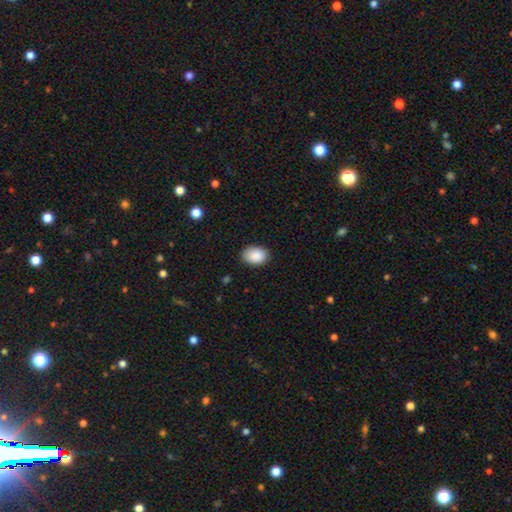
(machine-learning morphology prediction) A smooth galaxy with no disk features (90%) that is in between round and cigar-shaped (82%).

Vote fractions:
- Smooth or featured? smooth: 90% / star or artifact: 7% / featured or disk: 3%
- How rounded? in between: 82% / round: 17% / cigar-shaped: 1%
- Merging? none: 85% / minor disturbance: 11% / major disturbance: 2% / merger: 1%